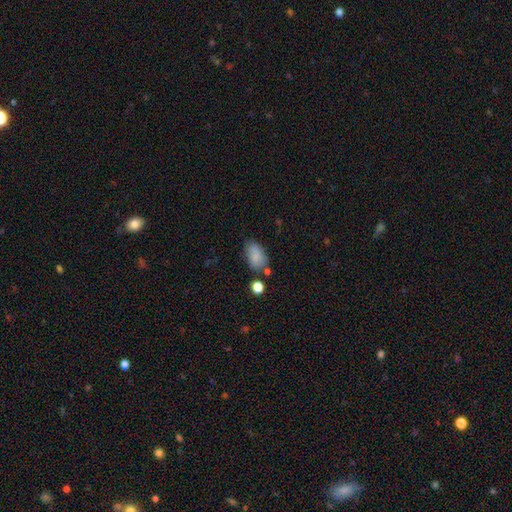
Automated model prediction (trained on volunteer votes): A smooth galaxy with no disk features (83%) that is in between round and cigar-shaped (89%).

Vote fractions:
- Smooth or featured? smooth: 83% / star or artifact: 9% / featured or disk: 8%
- How rounded? in between: 89% / round: 9% / cigar-shaped: 2%
- Merging? none: 63% / minor disturbance: 22% / merger: 8% / major disturbance: 6%